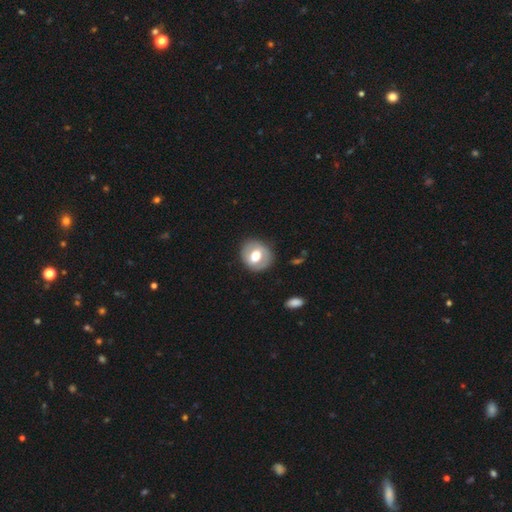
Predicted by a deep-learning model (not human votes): Q: Smooth or featured?
A: smooth (52%); runner-up: featured or disk (42%)
Q: How rounded?
A: round (75%); runner-up: in between (24%)
Q: Merging?
A: none (83%); runner-up: minor disturbance (12%)